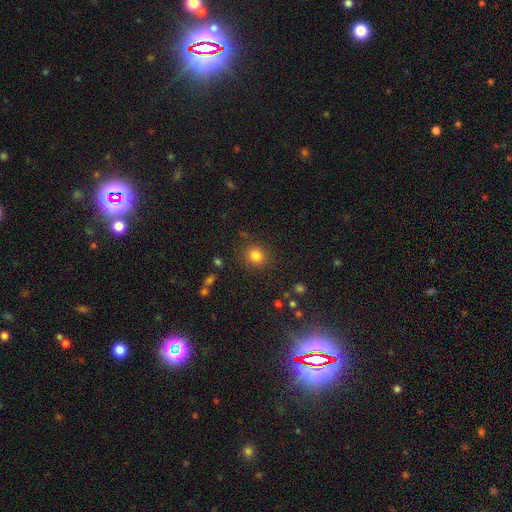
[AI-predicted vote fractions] Smooth or featured?
  - smooth: 82% *
  - star or artifact: 13%
  - featured or disk: 5%
How rounded?
  - round: 82% *
  - in between: 17%
  - cigar-shaped: 1%
Merging?
  - none: 85% *
  - minor disturbance: 9%
  - major disturbance: 4%
  - merger: 2%